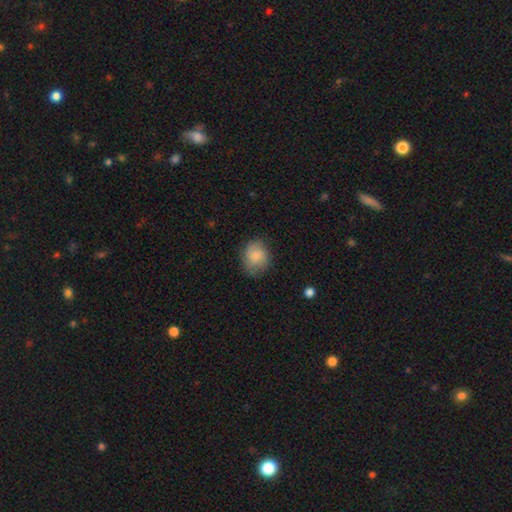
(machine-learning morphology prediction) This is clearly a smooth galaxy (83%). How rounded: likely round (65%). Merging: likely none (73%).